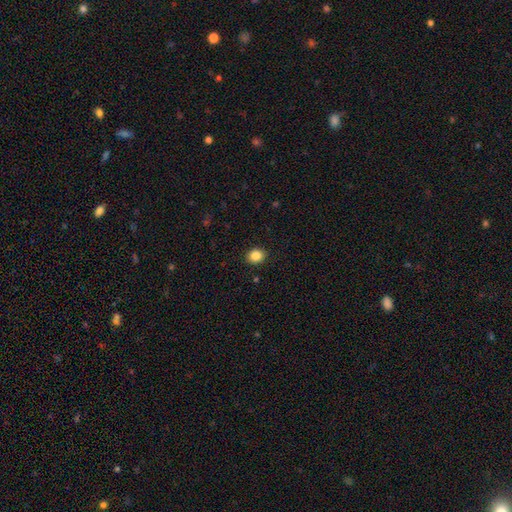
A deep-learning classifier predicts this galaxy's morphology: Q: Smooth or featured?
A: smooth (85%); runner-up: star or artifact (10%)
Q: How rounded?
A: round (67%); runner-up: in between (32%)
Q: Merging?
A: none (91%); runner-up: minor disturbance (6%)